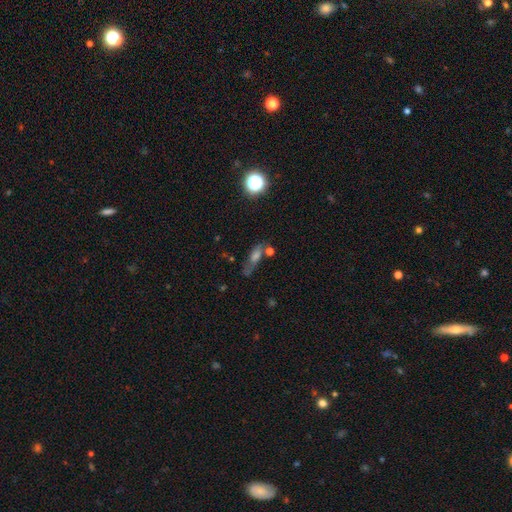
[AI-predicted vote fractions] A smooth galaxy with no disk features (42%).

Vote fractions:
- Smooth or featured? smooth: 42% / featured or disk: 32% / star or artifact: 26%
- Merging? none: 58% / minor disturbance: 19% / merger: 12% / major disturbance: 11%